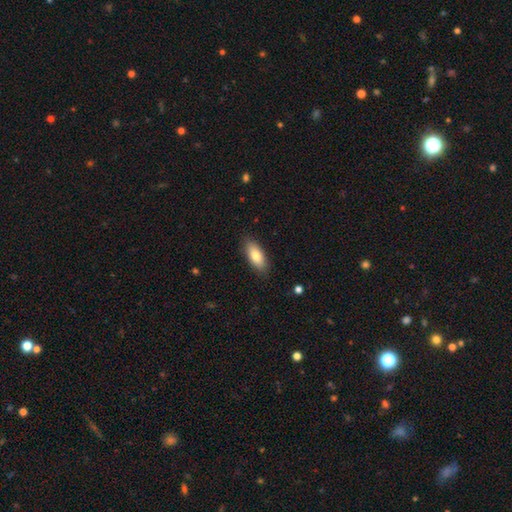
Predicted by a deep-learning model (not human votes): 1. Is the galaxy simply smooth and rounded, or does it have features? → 79% smooth, 14% featured or disk, 6% star or artifact.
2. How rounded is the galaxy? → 83% in between, 15% cigar-shaped, 2% round.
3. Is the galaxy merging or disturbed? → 87% none, 10% minor disturbance, 2% major disturbance, 1% merger.